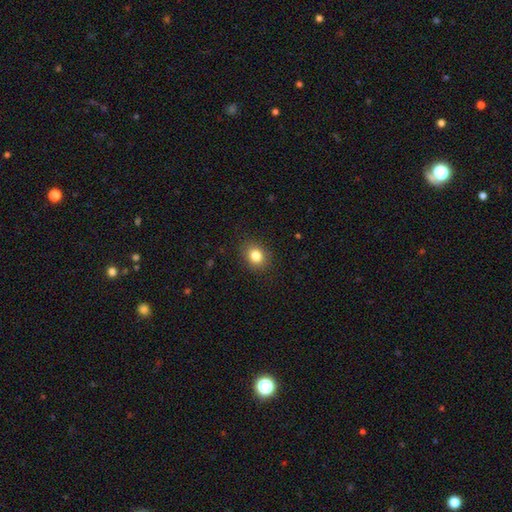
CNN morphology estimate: Smooth or featured: smooth — 83% (star or artifact — 10%)
How rounded: round — 53% (in between — 46%)
Merging: none — 88% (minor disturbance — 9%)